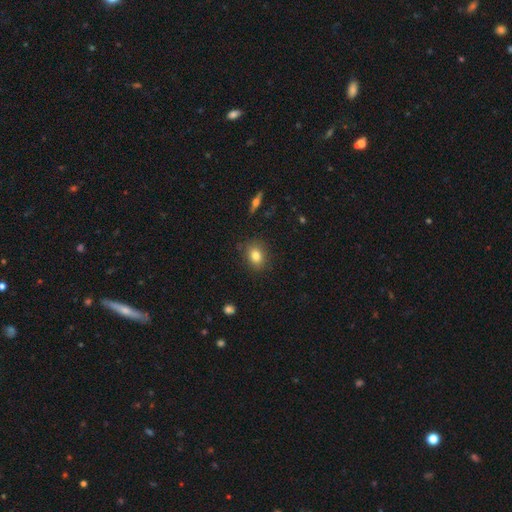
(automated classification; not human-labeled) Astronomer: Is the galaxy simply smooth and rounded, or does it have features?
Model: smooth — 80%.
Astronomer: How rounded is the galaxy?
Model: in between — 57% (runner-up: round, 42%).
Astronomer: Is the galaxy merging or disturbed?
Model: none — 84%.